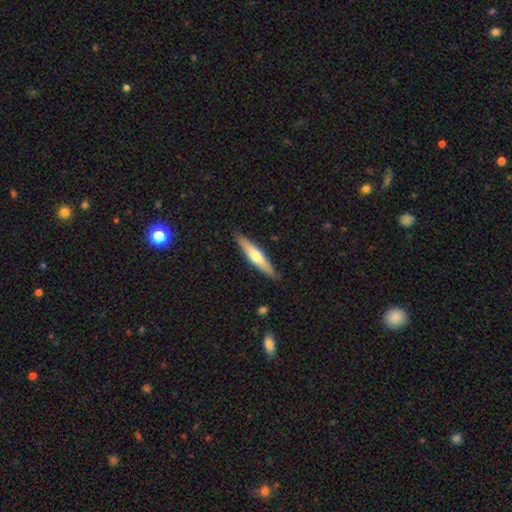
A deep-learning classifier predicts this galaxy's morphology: Overall: smooth (49%; featured or disk 46%). Merging: none (88%).